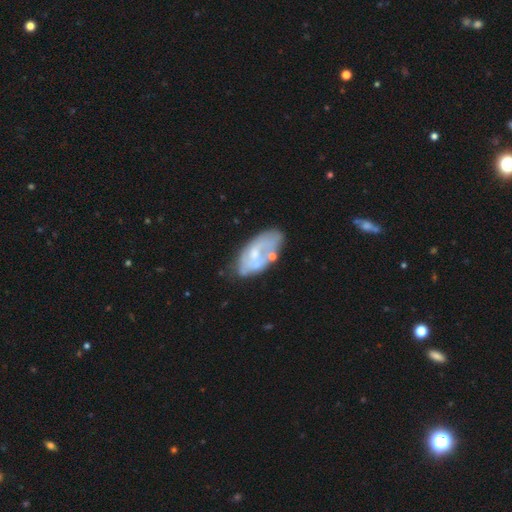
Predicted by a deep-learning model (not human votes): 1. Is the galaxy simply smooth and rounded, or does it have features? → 58% featured or disk, 35% smooth, 7% star or artifact.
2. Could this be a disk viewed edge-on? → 94% no, 6% yes.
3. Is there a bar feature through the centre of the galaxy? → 71% no, 24% weak, 5% strong.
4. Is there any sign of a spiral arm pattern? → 63% no, 37% yes.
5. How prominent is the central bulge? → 44% small, 33% moderate, 18% none, 3% large, 1% dominant.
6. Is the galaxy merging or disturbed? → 50% none, 26% minor disturbance, 13% major disturbance, 11% merger.